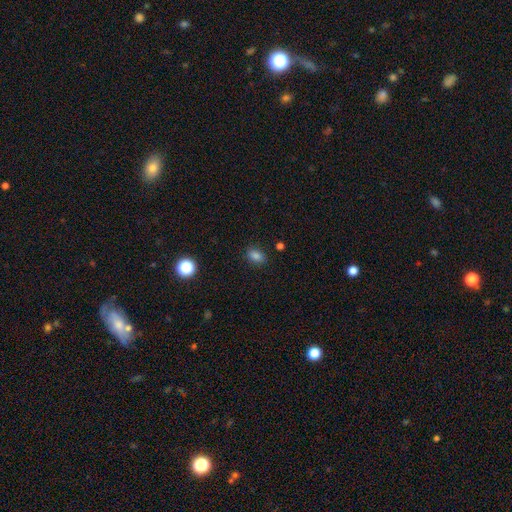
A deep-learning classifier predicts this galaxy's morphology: smooth-or-featured: smooth: 82% | star or artifact: 13% | featured or disk: 5%
  how-rounded: in between: 77% | round: 21% | cigar-shaped: 2%
  merging: none: 84% | minor disturbance: 12% | major disturbance: 3% | merger: 2%